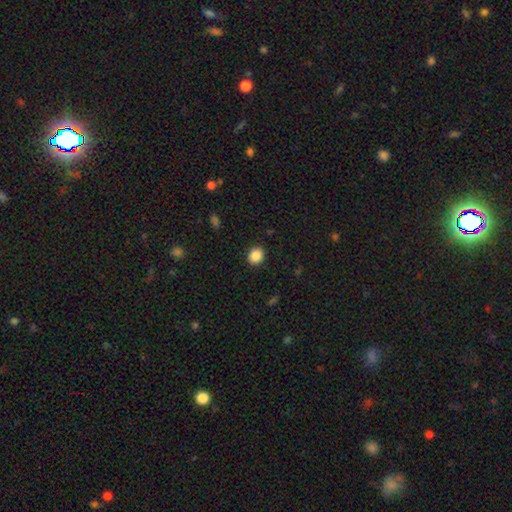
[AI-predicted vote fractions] A smooth galaxy with no disk features (88%) that is round (72%). Merging: none (90%).